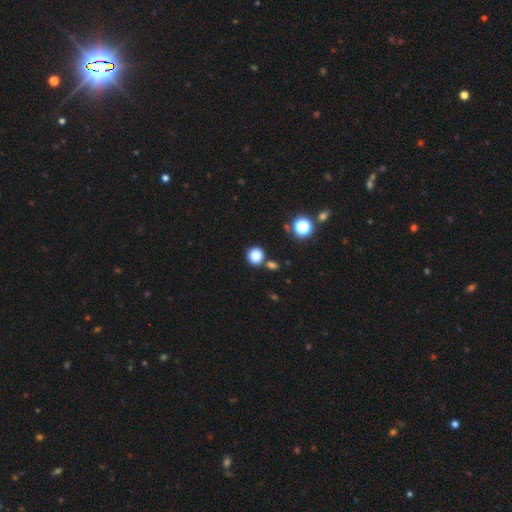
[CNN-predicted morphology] Smooth or featured: smooth — 84% (star or artifact — 12%)
How rounded: round — 90% (in between — 9%)
Merging: none — 75% (merger — 13%)